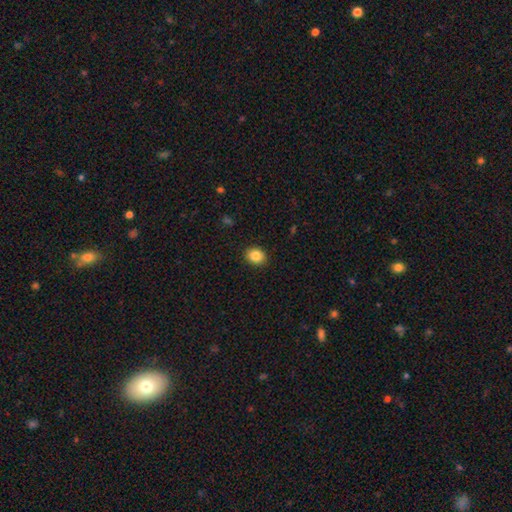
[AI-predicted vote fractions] The model was most divided on "how rounded": round: 61%, in between: 38%, cigar-shaped: 1%. More confident: merging — none (90%); smooth or featured — smooth (85%).